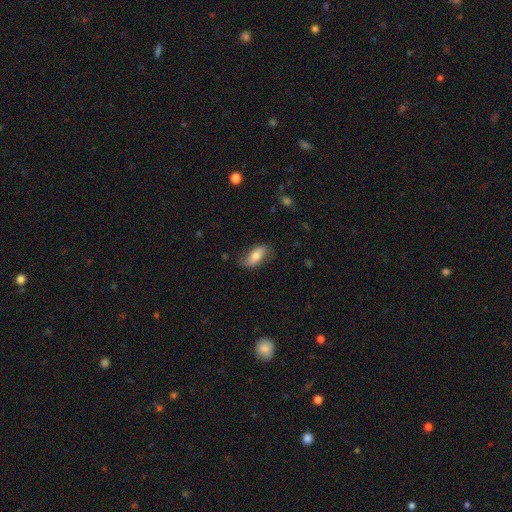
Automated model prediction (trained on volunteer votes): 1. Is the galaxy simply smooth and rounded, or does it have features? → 68% smooth, 25% featured or disk, 7% star or artifact.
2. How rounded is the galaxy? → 83% in between, 13% cigar-shaped, 4% round.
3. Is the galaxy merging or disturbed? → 72% none, 21% minor disturbance, 5% major disturbance, 1% merger.